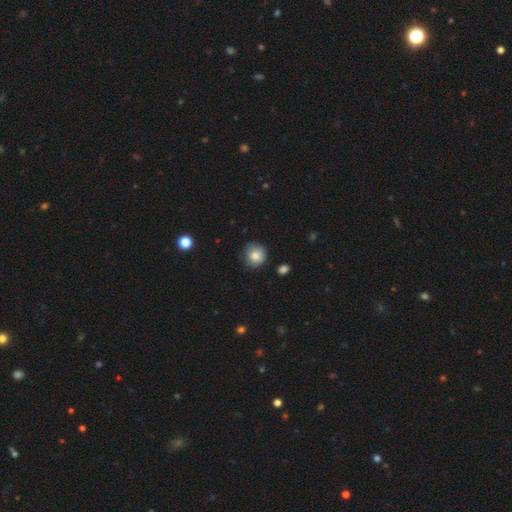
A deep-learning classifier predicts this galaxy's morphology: Q: Smooth or featured?
A: smooth (82%); runner-up: featured or disk (9%)
Q: How rounded?
A: round (89%); runner-up: in between (10%)
Q: Merging?
A: none (77%); runner-up: minor disturbance (18%)